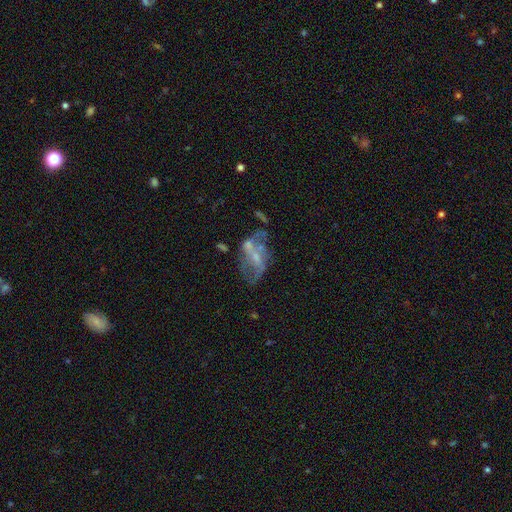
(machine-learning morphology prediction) A featured or disk galaxy (71%) with no bar (47%), no spiral arms (51%) and a small central bulge (51%). Merging: none (35%).